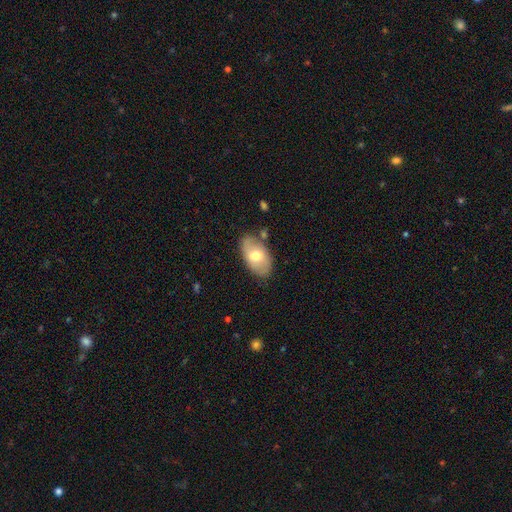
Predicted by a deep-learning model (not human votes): This appears to be a smooth galaxy with no disk features (58%) that is in between round and cigar-shaped (92%). Merging: none (74%).